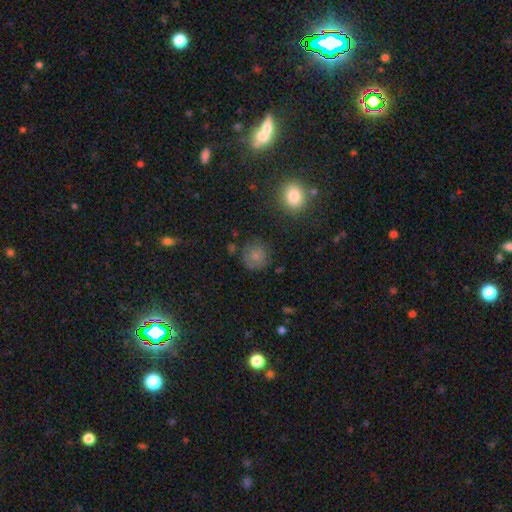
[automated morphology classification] Smooth or featured? Predicted: smooth (p=0.74). How rounded? Predicted: round (p=0.90). Merging? Predicted: none (p=0.75).